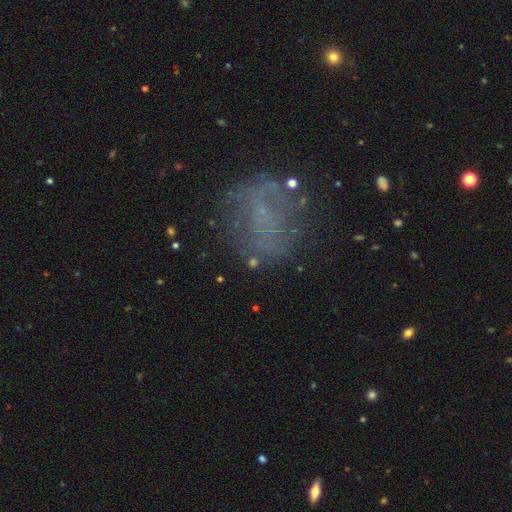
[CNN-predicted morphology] Smooth or featured: featured or disk — 57% (smooth — 25%)
Edge-on disk: no — 98% (yes — 2%)
Bar: no — 76% (weak — 20%)
Spiral arms: yes — 53% (no — 47%)
Bulge size: small — 54% (none — 36%)
Merging: none — 61% (minor disturbance — 19%)